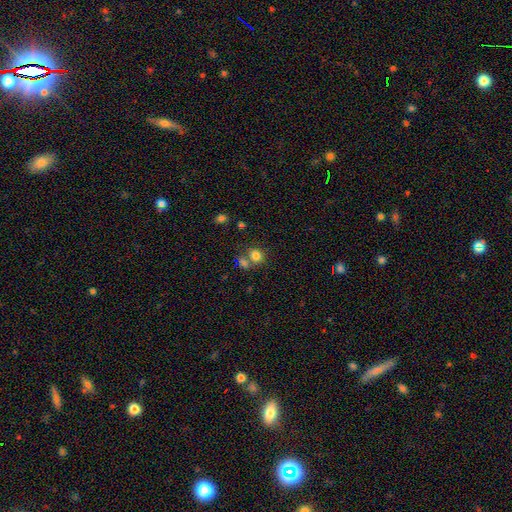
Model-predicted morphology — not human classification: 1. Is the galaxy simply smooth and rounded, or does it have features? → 80% smooth, 13% star or artifact, 7% featured or disk.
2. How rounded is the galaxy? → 70% round, 29% in between, 1% cigar-shaped.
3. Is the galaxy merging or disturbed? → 60% none, 24% merger, 12% minor disturbance, 5% major disturbance.